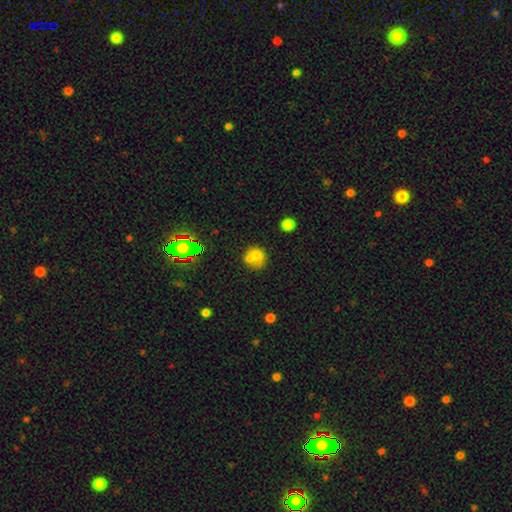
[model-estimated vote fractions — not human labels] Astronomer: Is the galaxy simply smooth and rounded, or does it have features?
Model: smooth — 68%.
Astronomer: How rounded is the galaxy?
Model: round — 81%.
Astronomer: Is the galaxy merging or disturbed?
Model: none — 45% (runner-up: merger, 38%).